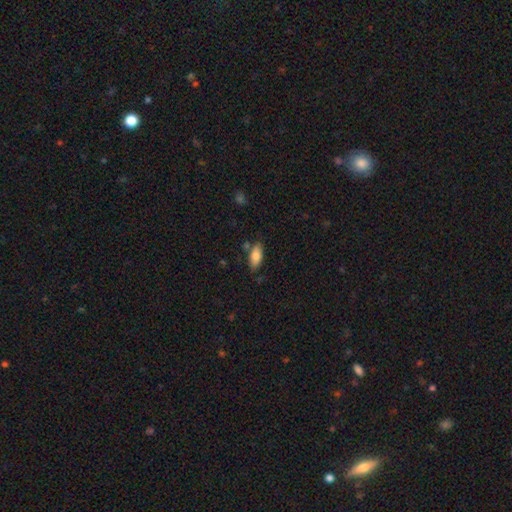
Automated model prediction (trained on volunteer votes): Smooth or featured? smooth (82%)
How rounded? in between (88%)
Merging? none (75%)